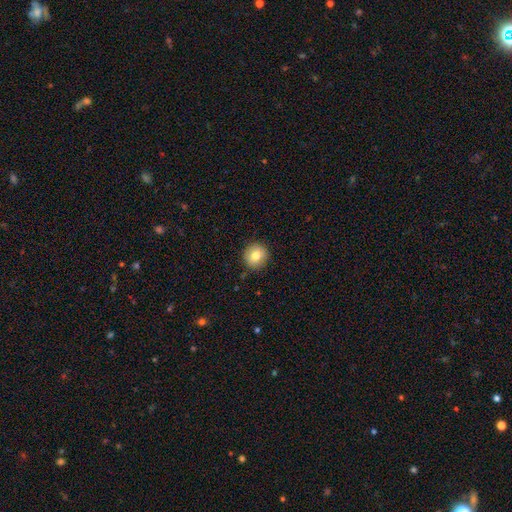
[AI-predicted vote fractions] smooth_or_featured: smooth (p=0.80) [alt: featured or disk p=0.11]
how_rounded: round (p=0.93) [alt: in between p=0.06]
merging: none (p=0.90) [alt: minor disturbance p=0.07]